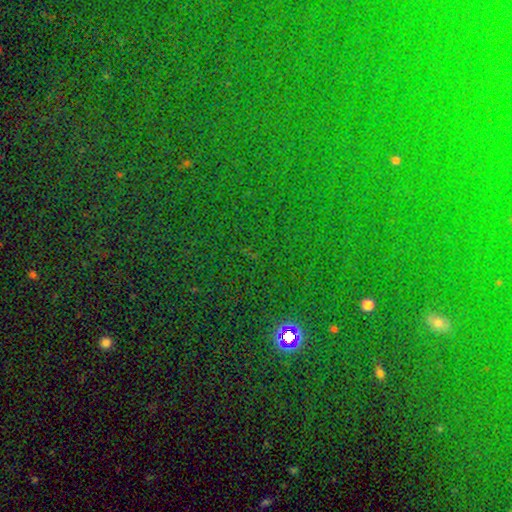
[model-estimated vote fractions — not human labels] The model was most divided on "smooth or featured": star or artifact: 74%, smooth: 18%, featured or disk: 8%.